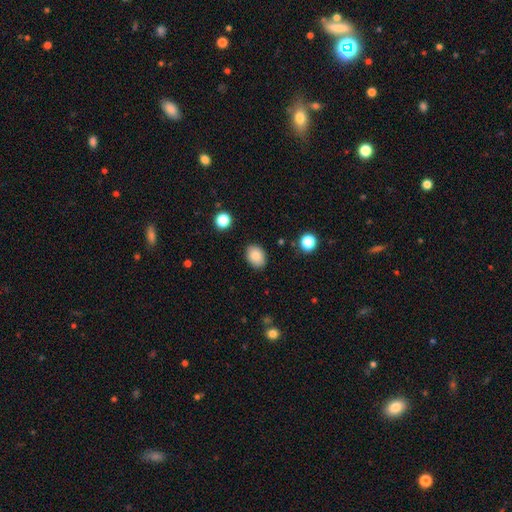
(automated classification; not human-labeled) smooth-or-featured: smooth: 86% | star or artifact: 8% | featured or disk: 6%
  how-rounded: in between: 74% | round: 25% | cigar-shaped: 1%
  merging: none: 86% | minor disturbance: 10% | major disturbance: 2% | merger: 1%